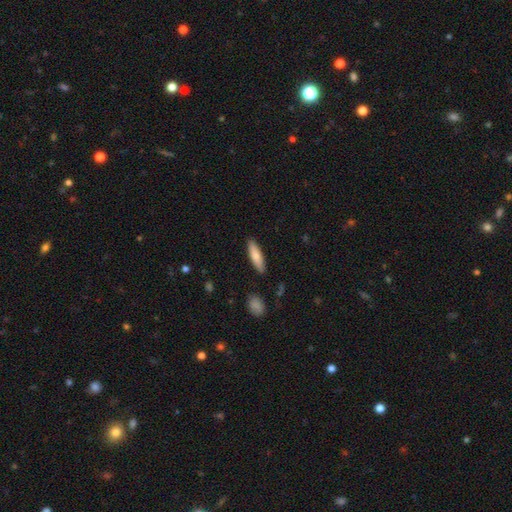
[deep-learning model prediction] smooth_or_featured: smooth (p=0.77) [alt: featured or disk p=0.17]
how_rounded: cigar-shaped (p=0.68) [alt: in between p=0.30]
merging: none (p=0.88) [alt: minor disturbance p=0.08]